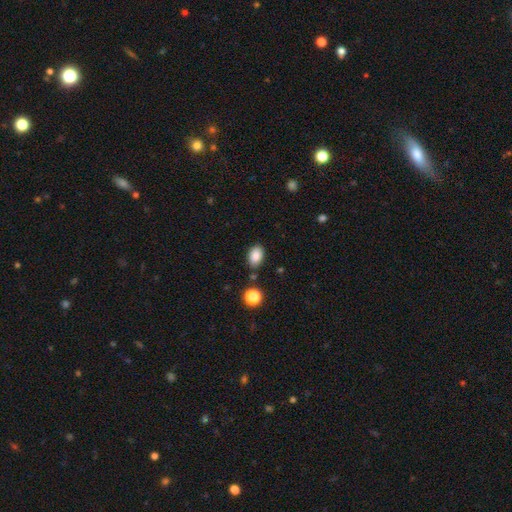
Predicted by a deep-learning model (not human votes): Smooth or featured? smooth (86%)
How rounded? in between (86%)
Merging? none (81%)